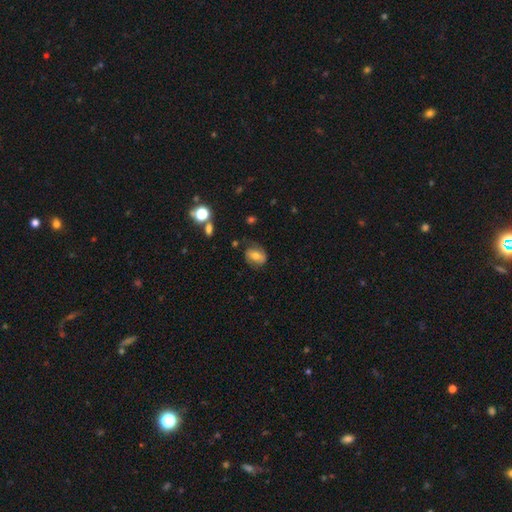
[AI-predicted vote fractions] smooth 61%, featured or disk 29%, star or artifact 10%. Down the decision tree: how rounded — in between (70%); merging — none (68%).